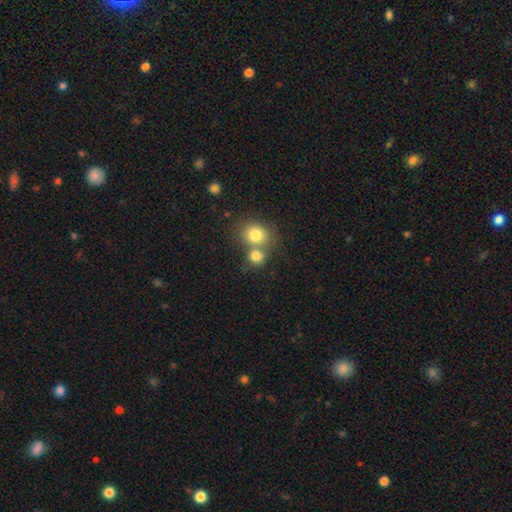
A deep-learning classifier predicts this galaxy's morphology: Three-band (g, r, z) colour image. It shows a smooth galaxy with no disk features (80%) that is round (79%). Merging: merger (48%).